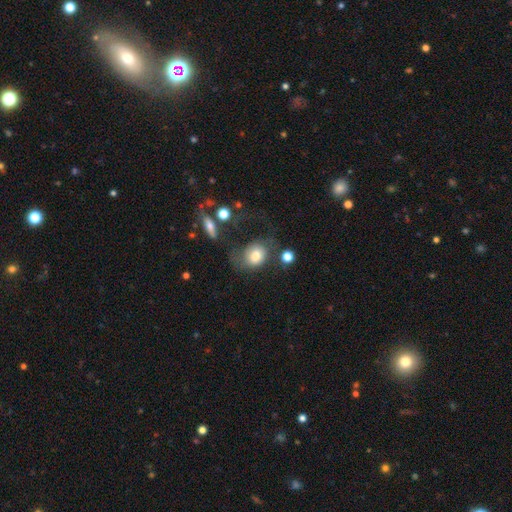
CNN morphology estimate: smooth_or_featured: smooth (p=0.75) [alt: featured or disk p=0.16]
how_rounded: round (p=0.54) [alt: in between p=0.44]
merging: none (p=0.37) [alt: major disturbance p=0.31]